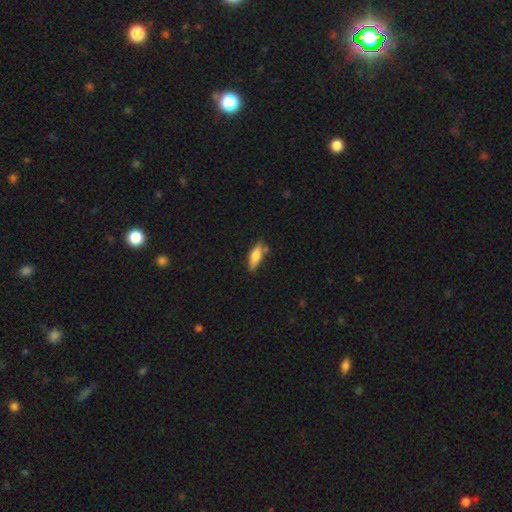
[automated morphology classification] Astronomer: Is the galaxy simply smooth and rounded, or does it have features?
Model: smooth — 72%.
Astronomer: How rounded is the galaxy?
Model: in between — 66%.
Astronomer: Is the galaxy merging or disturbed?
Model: none — 64%.